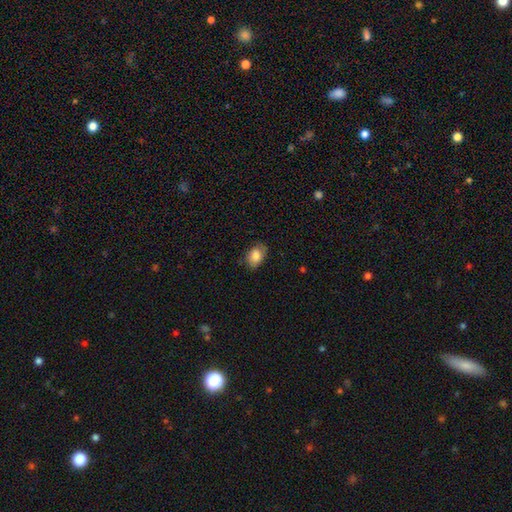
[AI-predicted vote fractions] smooth_or_featured: smooth (p=0.82) [alt: featured or disk p=0.10]
how_rounded: in between (p=0.85) [alt: round p=0.14]
merging: none (p=0.74) [alt: minor disturbance p=0.20]